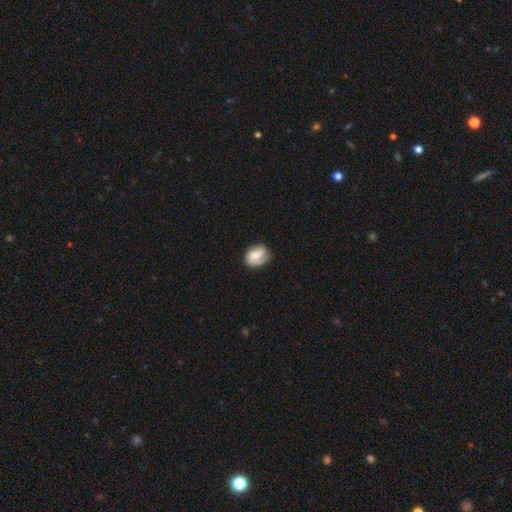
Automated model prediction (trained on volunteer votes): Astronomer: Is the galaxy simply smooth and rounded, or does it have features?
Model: featured or disk — 55% (runner-up: smooth, 39%).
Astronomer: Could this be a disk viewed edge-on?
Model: no — 97%.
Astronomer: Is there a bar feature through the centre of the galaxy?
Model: no — 51% (runner-up: weak, 38%).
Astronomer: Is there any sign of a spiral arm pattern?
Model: yes — 88%.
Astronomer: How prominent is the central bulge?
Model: moderate — 44% (runner-up: small, 39%).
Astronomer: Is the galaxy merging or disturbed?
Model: none — 65%.